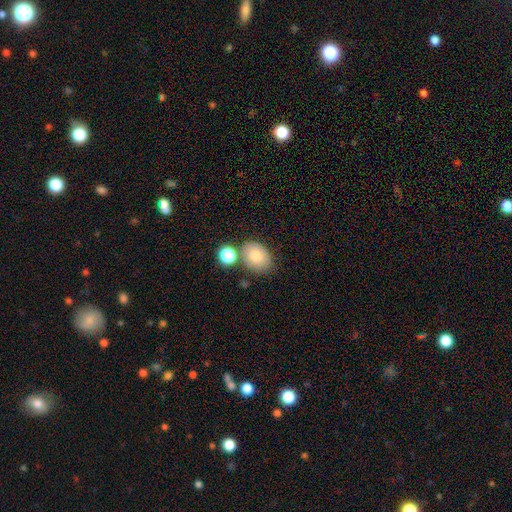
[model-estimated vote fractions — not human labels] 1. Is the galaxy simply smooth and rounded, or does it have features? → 78% smooth, 12% featured or disk, 10% star or artifact.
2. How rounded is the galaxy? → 66% in between, 33% round, 1% cigar-shaped.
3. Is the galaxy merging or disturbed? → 67% none, 15% minor disturbance, 14% merger, 4% major disturbance.